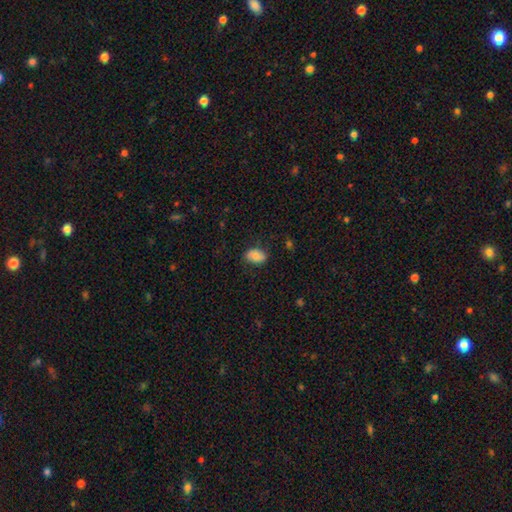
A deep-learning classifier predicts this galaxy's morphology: Q: Smooth or featured?
A: smooth (81%); runner-up: featured or disk (12%)
Q: How rounded?
A: in between (87%); runner-up: round (11%)
Q: Merging?
A: none (77%); runner-up: minor disturbance (18%)